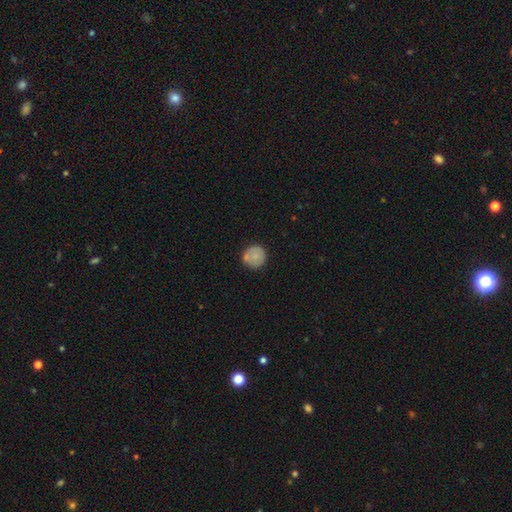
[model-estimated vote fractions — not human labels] smooth_or_featured: smooth (p=0.76) [alt: featured or disk p=0.16]
how_rounded: round (p=0.94) [alt: in between p=0.05]
merging: none (p=0.78) [alt: minor disturbance p=0.13]